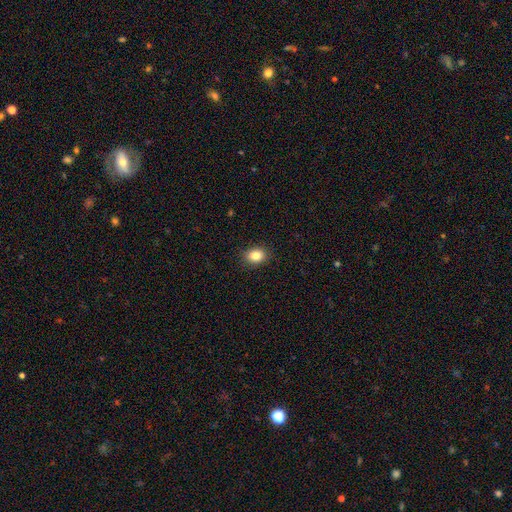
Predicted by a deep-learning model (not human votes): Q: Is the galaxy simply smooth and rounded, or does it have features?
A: smooth — 84%.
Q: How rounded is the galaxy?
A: in between — 60%.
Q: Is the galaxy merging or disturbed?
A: none — 89%.